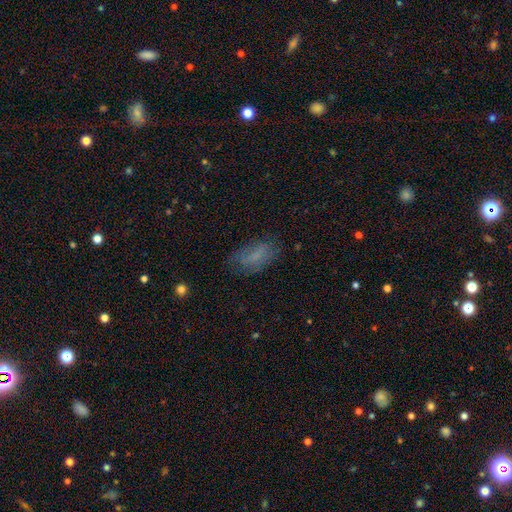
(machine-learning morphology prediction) This is likely a smooth galaxy (63%). How rounded: clearly in between (86%). Merging: likely none (64%).